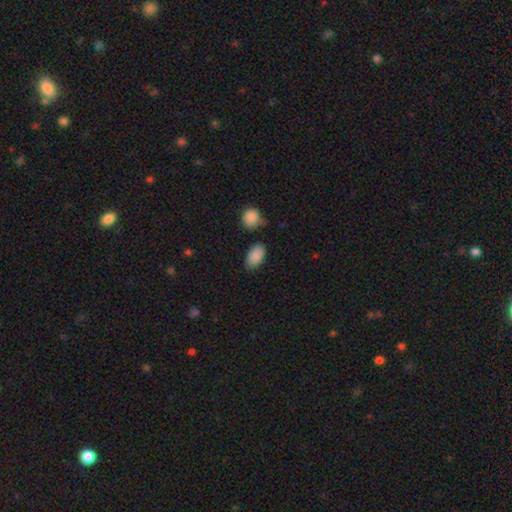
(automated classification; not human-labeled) Smooth or featured?
  - smooth: 89% *
  - star or artifact: 7%
  - featured or disk: 4%
How rounded?
  - in between: 93% *
  - round: 6%
  - cigar-shaped: 2%
Merging?
  - none: 75% *
  - minor disturbance: 16%
  - merger: 5%
  - major disturbance: 4%